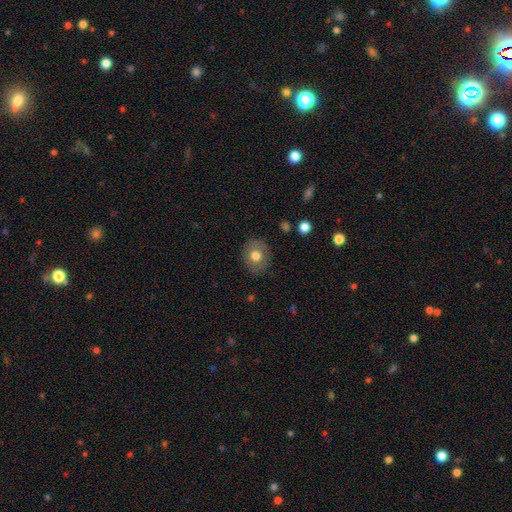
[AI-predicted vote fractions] A smooth galaxy with no disk features (69%) that is round (66%).

Vote fractions:
- Smooth or featured? smooth: 69% / featured or disk: 23% / star or artifact: 8%
- How rounded? round: 66% / in between: 33% / cigar-shaped: 1%
- Merging? none: 84% / minor disturbance: 11% / major disturbance: 4% / merger: 1%